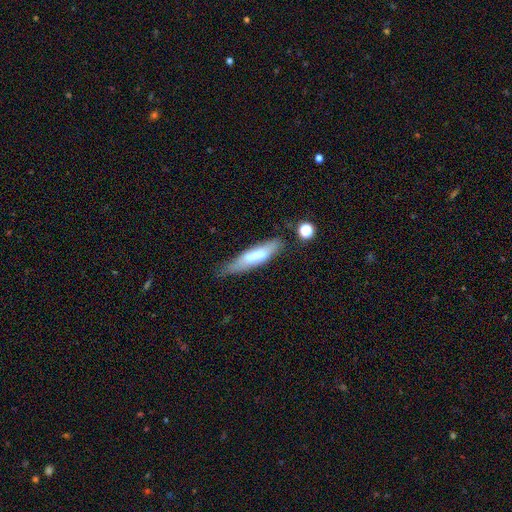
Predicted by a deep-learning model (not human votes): This is likely a smooth galaxy (61%). How rounded: likely cigar-shaped (71%). Merging: likely none (61%).